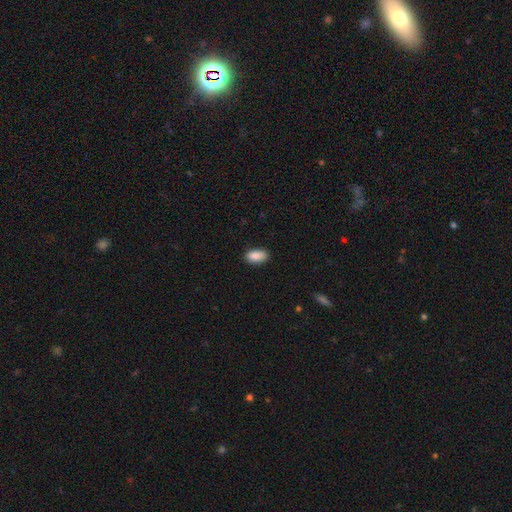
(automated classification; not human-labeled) The model was most divided on "merging": none: 84%, minor disturbance: 12%, major disturbance: 2%, merger: 1%. More confident: how rounded — in between (93%); smooth or featured — smooth (89%).